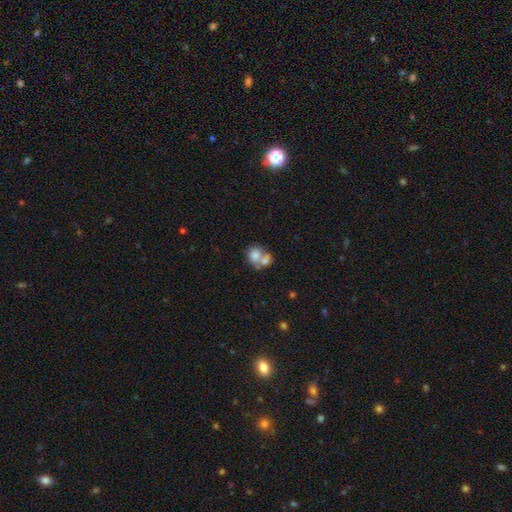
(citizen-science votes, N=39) Q: Smooth or featured?
A: smooth (74%); runner-up: featured or disk (15%)
Q: How rounded?
A: round (69%); runner-up: in between (31%)
Q: Merging?
A: merger (74%); runner-up: none (14%)